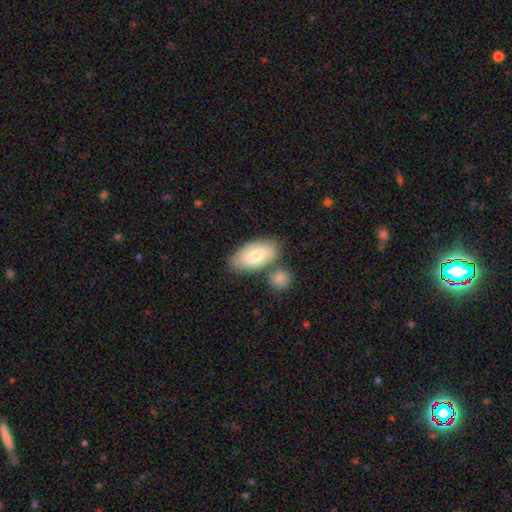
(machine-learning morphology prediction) smooth_or_featured: smooth (p=0.66) [alt: featured or disk p=0.29]
how_rounded: in between (p=0.93) [alt: cigar-shaped p=0.04]
merging: none (p=0.65) [alt: merger p=0.18]